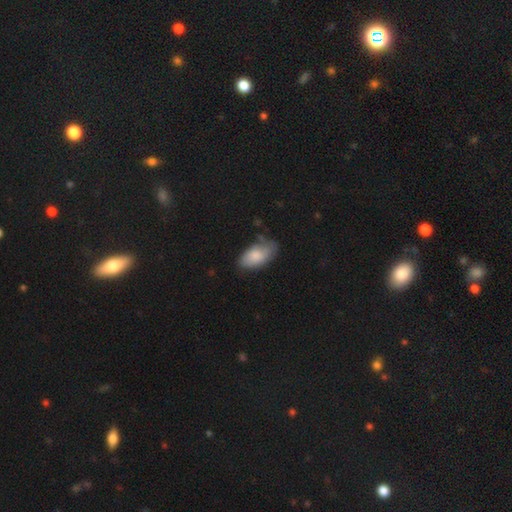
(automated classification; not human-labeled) Smooth or featured? Predicted: smooth (p=0.79). How rounded? Predicted: in between (p=0.94). Merging? Predicted: none (p=0.57).